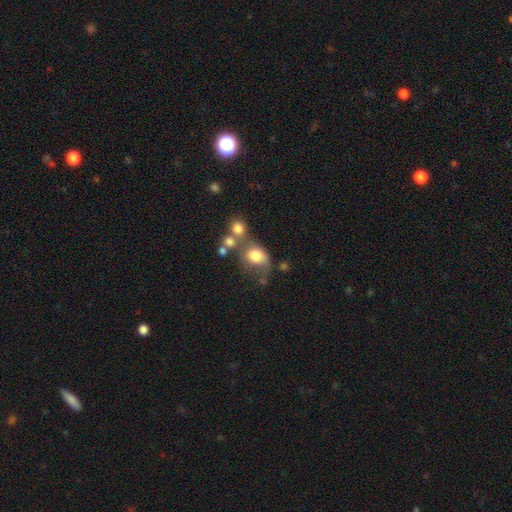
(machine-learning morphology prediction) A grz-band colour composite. It shows a smooth galaxy with no disk features (74%) that is round (51%). Merging: merger (33%, tied with none).